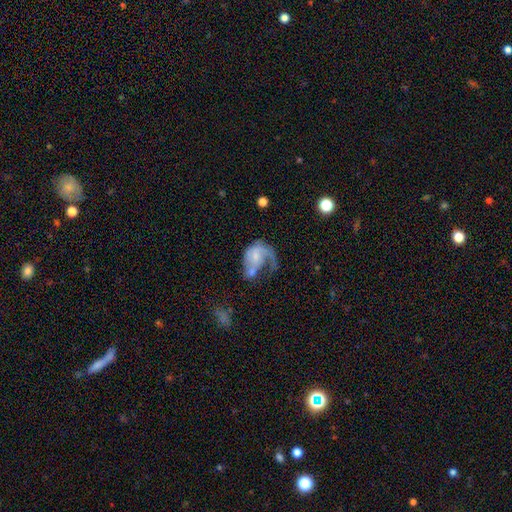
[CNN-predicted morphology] The model was most divided on "bulge size": small: 47%, moderate: 25%, none: 22%, large: 4%, dominant: 2%. Remaining: edge-on disk — no (98%); spiral arms — yes (73%); bar — no (65%); smooth or featured — featured or disk (63%); merging — major disturbance (49%).